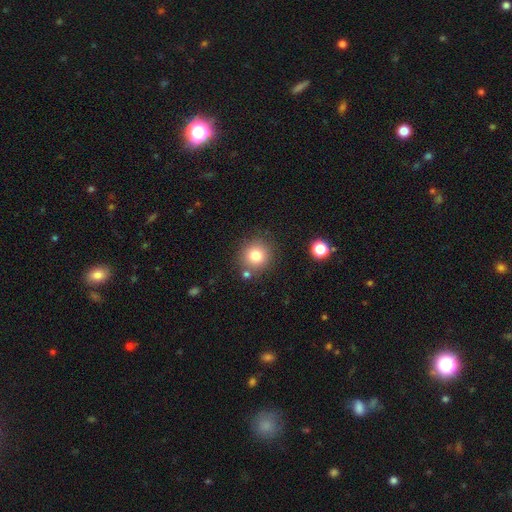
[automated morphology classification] smooth 80%, star or artifact 12%, featured or disk 8%. Down the decision tree: how rounded — round (90%); merging — none (81%).